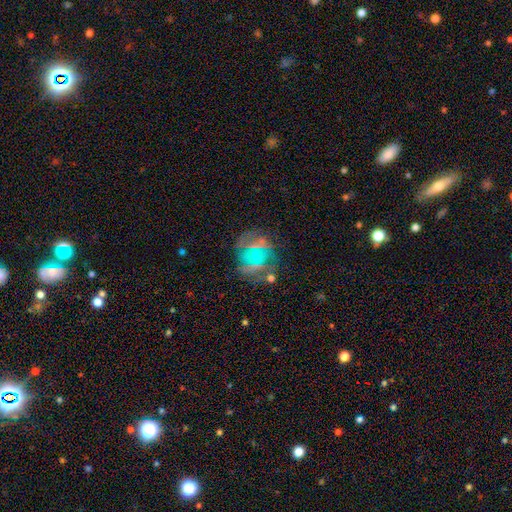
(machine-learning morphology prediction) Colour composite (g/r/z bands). It shows a featured or disk galaxy (62%) with no bar (72%), no spiral arms (53%) and a small central bulge (53%). Merging: none (56%).